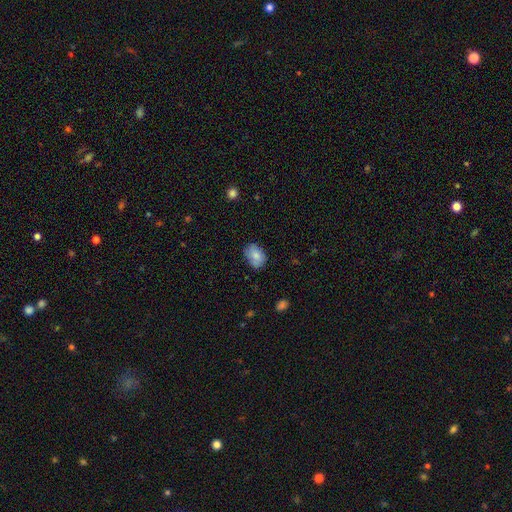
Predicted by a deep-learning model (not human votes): Smooth or featured? smooth (82%)
How rounded? in between (78%)
Merging? none (72%)